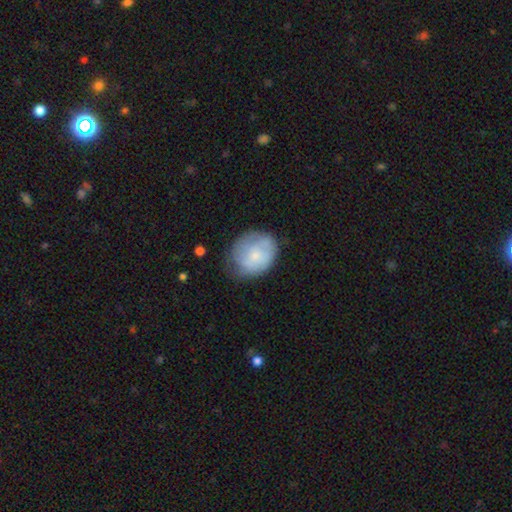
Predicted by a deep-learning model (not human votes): A smooth galaxy with no disk features (59%) that is round (63%).

Vote fractions:
- Smooth or featured? smooth: 59% / featured or disk: 33% / star or artifact: 7%
- How rounded? round: 63% / in between: 36% / cigar-shaped: 1%
- Merging? none: 57% / minor disturbance: 30% / major disturbance: 11% / merger: 2%